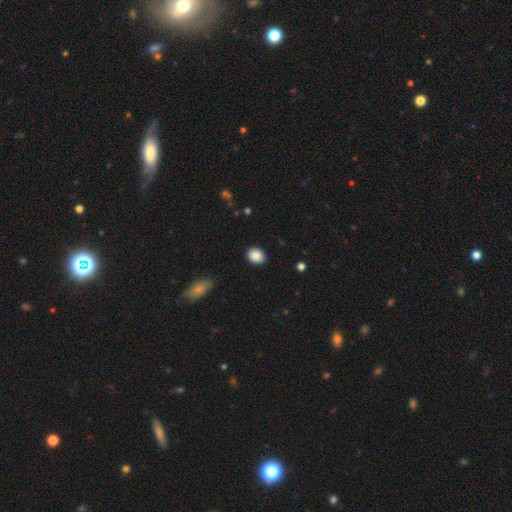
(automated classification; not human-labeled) smooth-or-featured: smooth: 89% | star or artifact: 8% | featured or disk: 3%
  how-rounded: in between: 50% | round: 49% | cigar-shaped: 1%
  merging: none: 88% | minor disturbance: 9% | major disturbance: 2% | merger: 1%